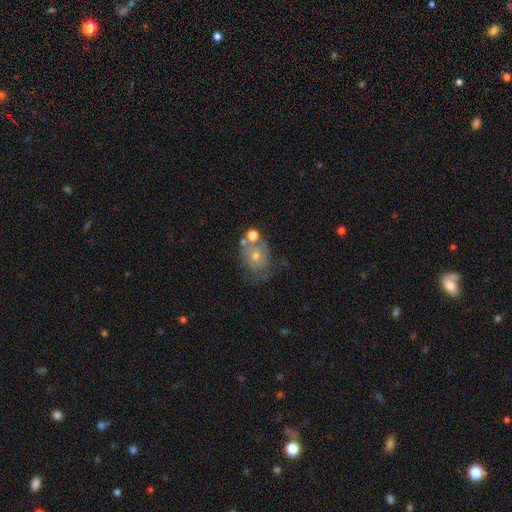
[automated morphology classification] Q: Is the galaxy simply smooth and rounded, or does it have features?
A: featured or disk — 51%.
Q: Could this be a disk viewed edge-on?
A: no — 96%.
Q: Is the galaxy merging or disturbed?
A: none — 50%.